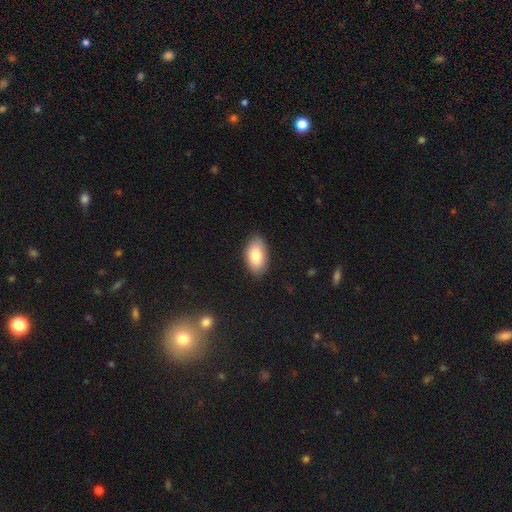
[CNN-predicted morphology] Smooth or featured: smooth — 83% (featured or disk — 10%)
How rounded: in between — 94% (round — 4%)
Merging: none — 84% (minor disturbance — 13%)